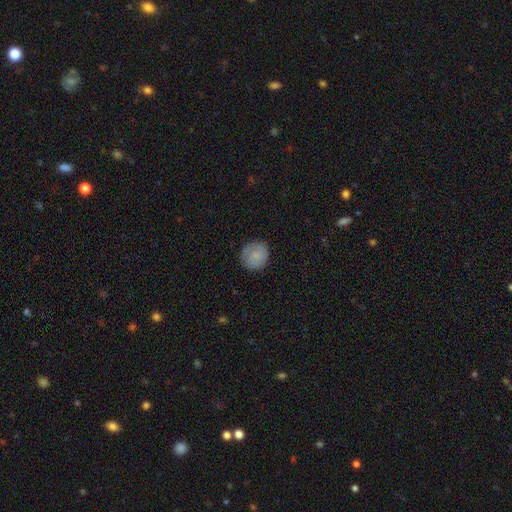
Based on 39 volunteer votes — This appears to be a smooth galaxy with no disk features (90%) that is round (91%). Merging: none (92%).